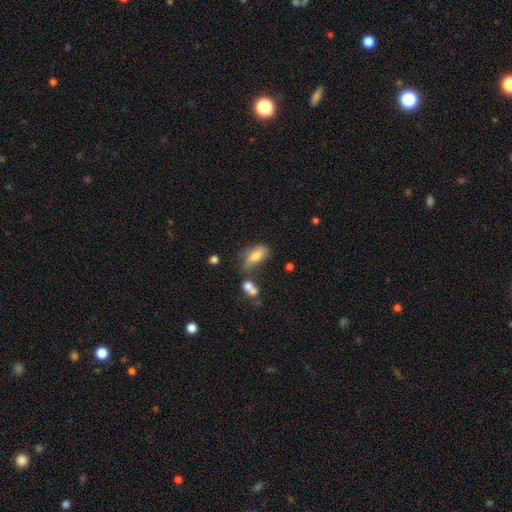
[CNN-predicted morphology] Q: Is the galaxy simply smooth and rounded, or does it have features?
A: smooth — 74%.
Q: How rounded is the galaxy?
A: in between — 86%.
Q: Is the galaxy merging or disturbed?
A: none — 39%.